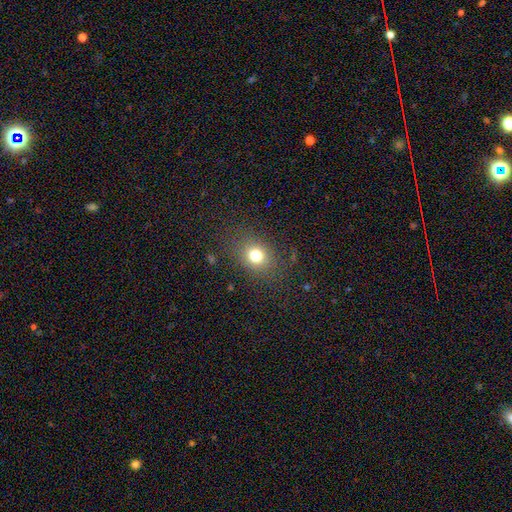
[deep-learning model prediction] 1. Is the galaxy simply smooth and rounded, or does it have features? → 75% smooth, 16% star or artifact, 9% featured or disk.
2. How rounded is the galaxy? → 59% round, 40% in between, 1% cigar-shaped.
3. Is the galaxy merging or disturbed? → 83% none, 11% minor disturbance, 6% major disturbance, 1% merger.